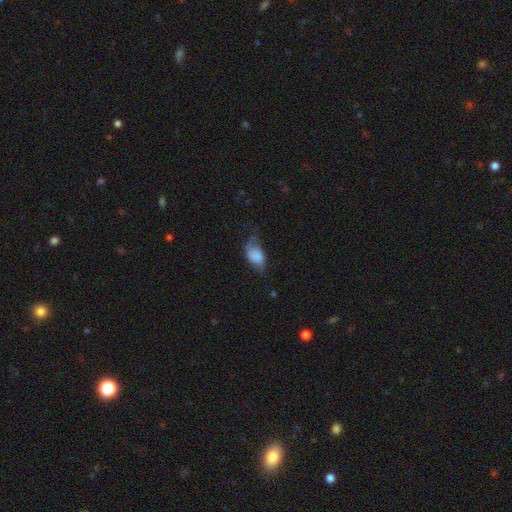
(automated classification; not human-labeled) smooth_or_featured: smooth (p=0.70) [alt: featured or disk p=0.21]
how_rounded: in between (p=0.88) [alt: round p=0.09]
merging: minor disturbance (p=0.36) [alt: none p=0.31]